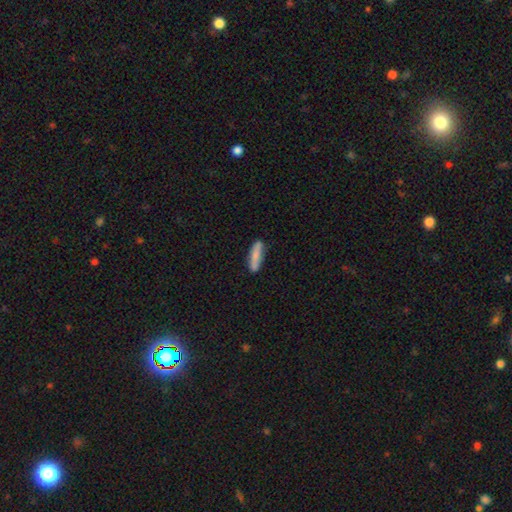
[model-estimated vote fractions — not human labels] smooth-or-featured: smooth: 80% | featured or disk: 14% | star or artifact: 6%
  how-rounded: cigar-shaped: 73% | in between: 26% | round: 2%
  merging: none: 78% | minor disturbance: 16% | merger: 3% | major disturbance: 3%